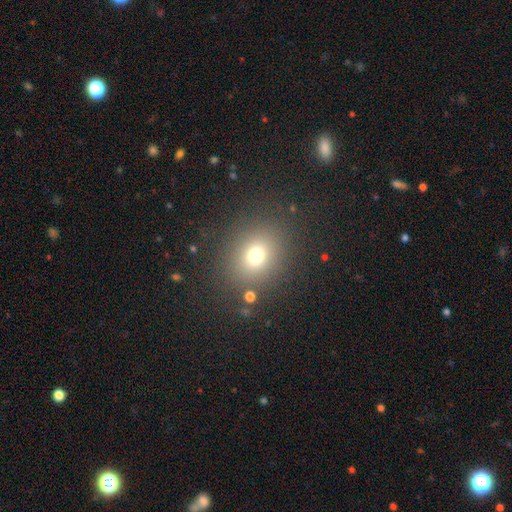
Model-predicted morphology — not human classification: Q: Smooth or featured?
A: smooth (72%); runner-up: star or artifact (18%)
Q: How rounded?
A: round (67%); runner-up: in between (32%)
Q: Merging?
A: none (84%); runner-up: minor disturbance (9%)